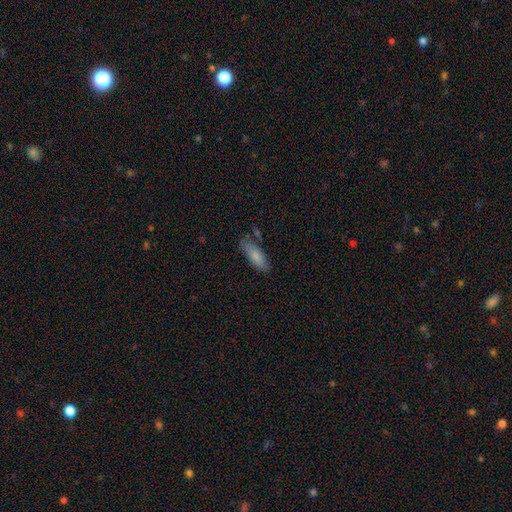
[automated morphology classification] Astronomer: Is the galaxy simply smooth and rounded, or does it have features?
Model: smooth — 82%.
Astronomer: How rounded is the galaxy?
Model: in between — 62%.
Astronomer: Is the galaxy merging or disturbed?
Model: none — 69%.